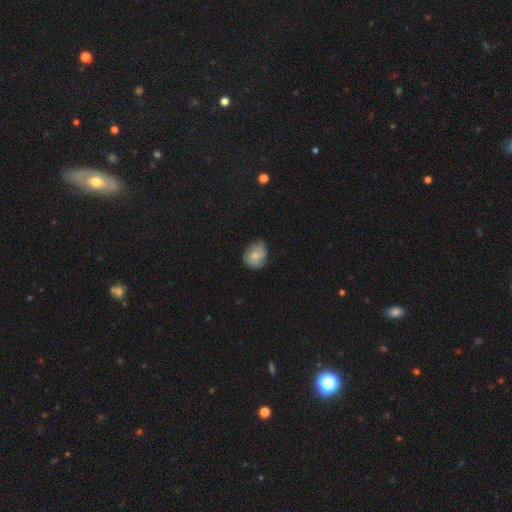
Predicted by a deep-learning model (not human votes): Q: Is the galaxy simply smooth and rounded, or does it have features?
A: smooth — 66%.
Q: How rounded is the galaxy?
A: round — 68%.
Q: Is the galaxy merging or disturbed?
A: none — 56%.